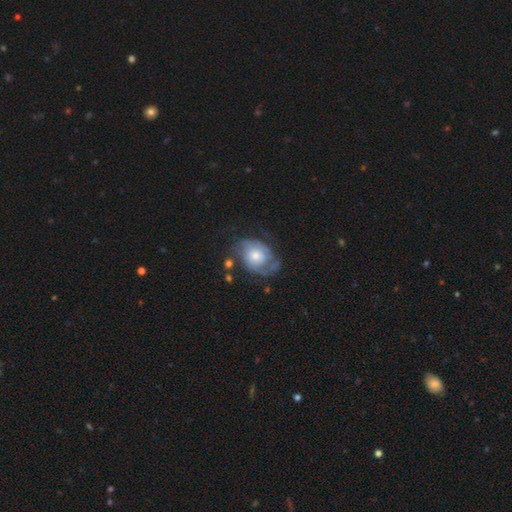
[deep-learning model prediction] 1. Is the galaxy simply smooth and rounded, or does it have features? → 67% featured or disk, 27% smooth, 6% star or artifact.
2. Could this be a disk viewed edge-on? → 97% no, 3% yes.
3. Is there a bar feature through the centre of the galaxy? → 77% no, 20% weak, 3% strong.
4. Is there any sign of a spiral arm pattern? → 82% yes, 18% no.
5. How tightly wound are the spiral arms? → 44% tight, 37% medium, 19% loose.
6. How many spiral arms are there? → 46% 2, 30% can't tell, 10% 1, 9% 3, 3% 4, 3% more than 4.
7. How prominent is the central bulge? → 51% moderate, 29% small, 15% large, 3% none, 2% dominant.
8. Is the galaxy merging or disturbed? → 46% none, 27% minor disturbance, 23% major disturbance, 4% merger.